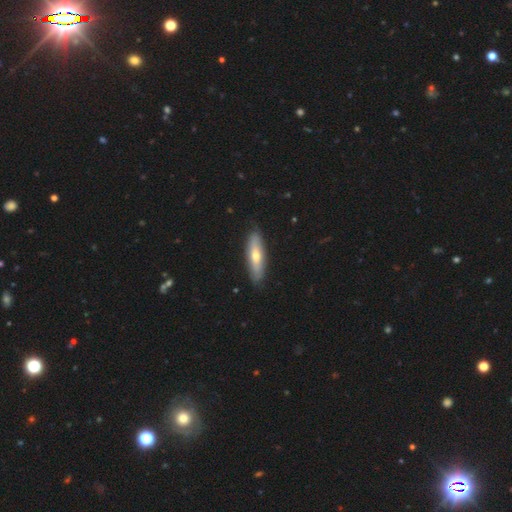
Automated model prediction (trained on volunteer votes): Morphology: type=smooth (55%); roundness=cigar-shaped (60%); merging=none (88%).